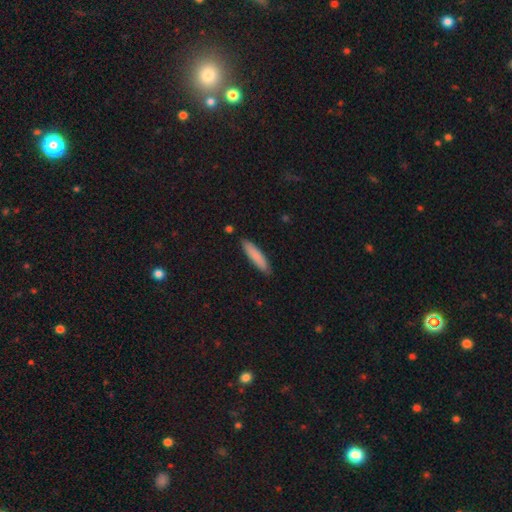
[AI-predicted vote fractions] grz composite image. It shows a smooth galaxy with no disk features (84%) that is cigar-shaped (82%). Merging: none (87%).